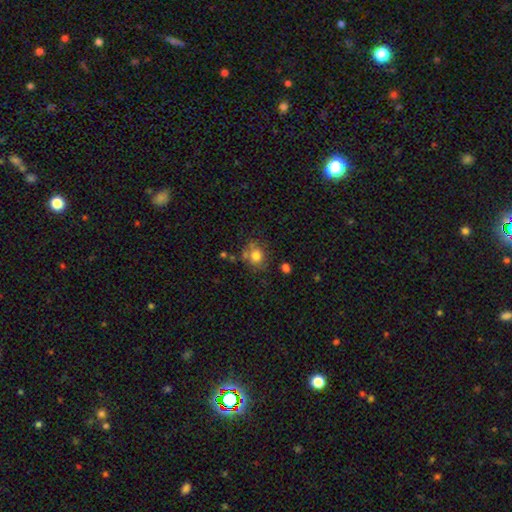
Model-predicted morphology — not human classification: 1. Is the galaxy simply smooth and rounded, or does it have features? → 76% smooth, 13% featured or disk, 11% star or artifact.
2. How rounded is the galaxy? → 69% round, 30% in between, 1% cigar-shaped.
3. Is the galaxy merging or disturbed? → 59% none, 21% minor disturbance, 11% merger, 8% major disturbance.